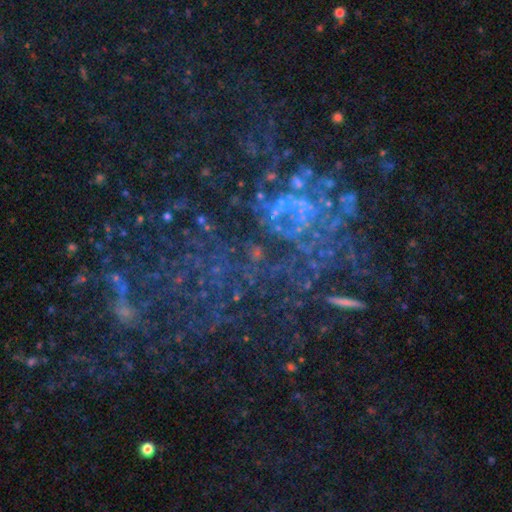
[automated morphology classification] Smooth or featured?
  - star or artifact: 49% *
  - featured or disk: 34%
  - smooth: 17%